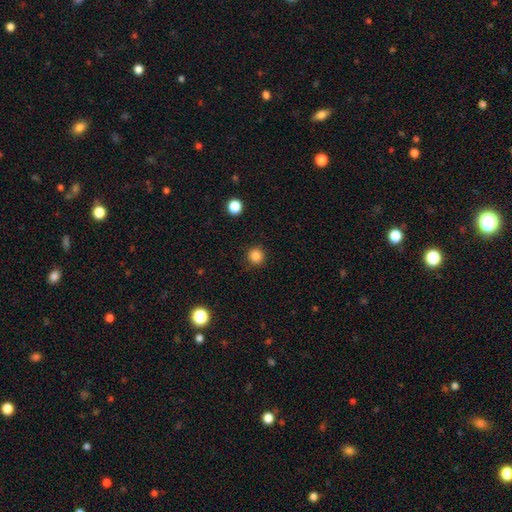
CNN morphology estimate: Smooth or featured? smooth (85%)
How rounded? round (94%)
Merging? none (90%)